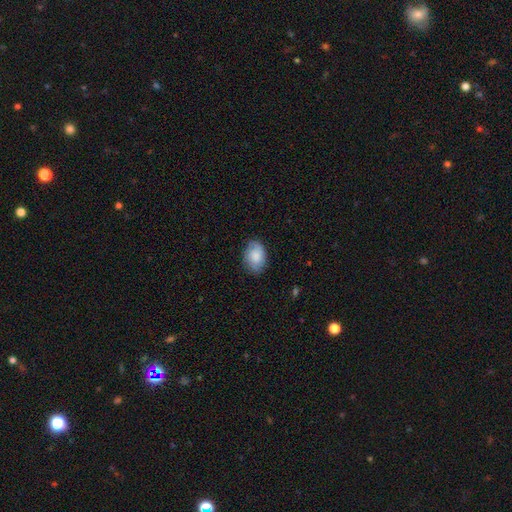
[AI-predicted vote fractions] A smooth galaxy with no disk features (75%) that is in between round and cigar-shaped (84%).

Vote fractions:
- Smooth or featured? smooth: 75% / featured or disk: 18% / star or artifact: 7%
- How rounded? in between: 84% / round: 15% / cigar-shaped: 1%
- Merging? none: 78% / minor disturbance: 17% / major disturbance: 4% / merger: 1%